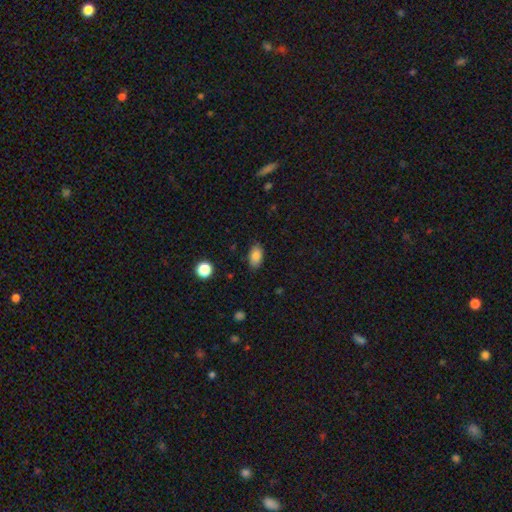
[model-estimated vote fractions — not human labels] Q: Smooth or featured?
A: smooth (84%); runner-up: star or artifact (9%)
Q: How rounded?
A: in between (91%); runner-up: round (7%)
Q: Merging?
A: none (85%); runner-up: minor disturbance (11%)